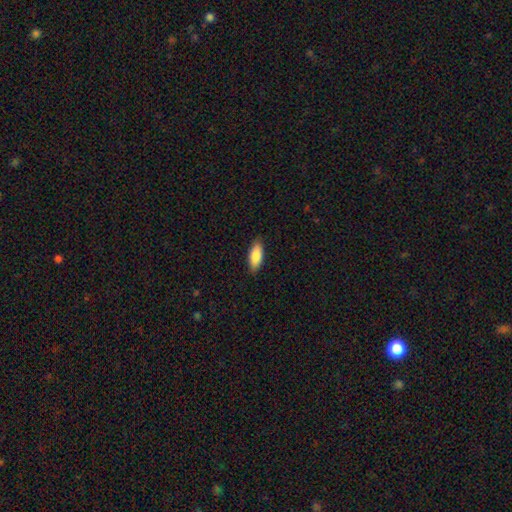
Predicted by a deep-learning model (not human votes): Q: Smooth or featured?
A: smooth (86%); runner-up: featured or disk (9%)
Q: How rounded?
A: in between (80%); runner-up: cigar-shaped (18%)
Q: Merging?
A: none (88%); runner-up: minor disturbance (10%)